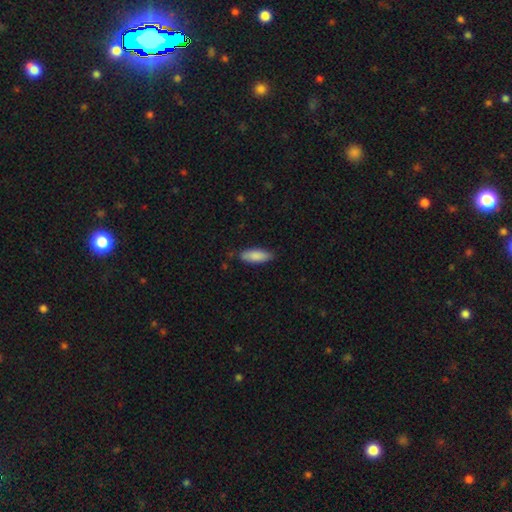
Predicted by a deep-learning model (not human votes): A smooth galaxy with no disk features (86%) that is in between round and cigar-shaped (69%). Merging: none (79%).